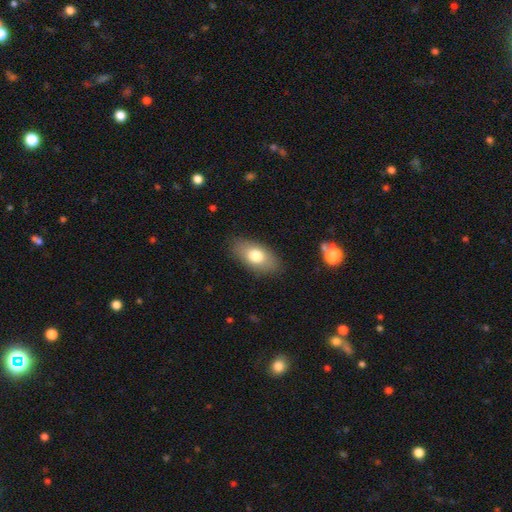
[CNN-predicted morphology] Smooth or featured?
  - smooth: 75% *
  - featured or disk: 18%
  - star or artifact: 7%
How rounded?
  - in between: 89% *
  - round: 6%
  - cigar-shaped: 5%
Merging?
  - none: 84% *
  - minor disturbance: 12%
  - major disturbance: 3%
  - merger: 1%